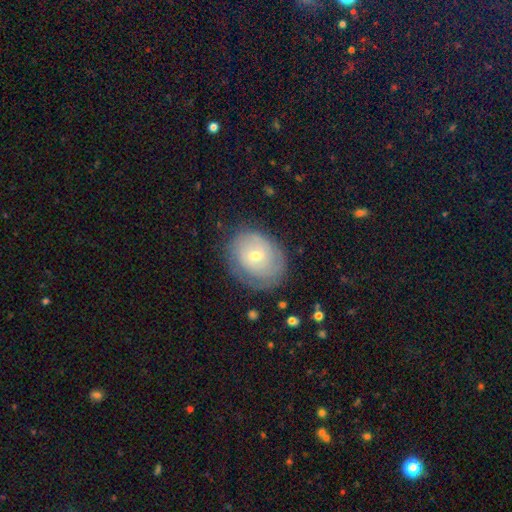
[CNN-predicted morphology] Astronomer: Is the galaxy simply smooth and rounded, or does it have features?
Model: featured or disk — 56% (runner-up: smooth, 36%).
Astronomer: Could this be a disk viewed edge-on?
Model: no — 95%.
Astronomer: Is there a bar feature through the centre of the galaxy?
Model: no — 64%.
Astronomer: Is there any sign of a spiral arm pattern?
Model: yes — 72%.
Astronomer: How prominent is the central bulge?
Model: small — 53% (runner-up: moderate, 43%).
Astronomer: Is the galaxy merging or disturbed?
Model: none — 72%.